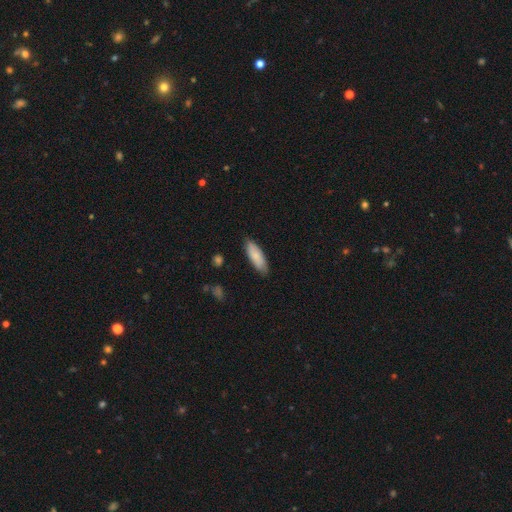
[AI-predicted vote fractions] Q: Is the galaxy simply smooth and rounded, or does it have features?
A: smooth — 82%.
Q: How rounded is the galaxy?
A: in between — 61%.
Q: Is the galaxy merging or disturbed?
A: none — 84%.